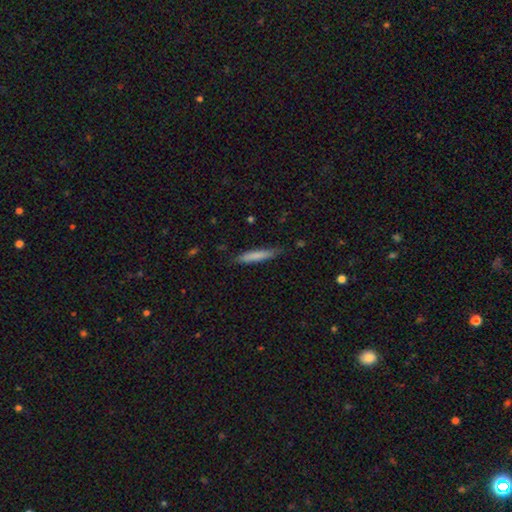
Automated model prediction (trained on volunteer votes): A smooth galaxy with no disk features (78%) that is cigar-shaped (90%). Merging: none (81%).